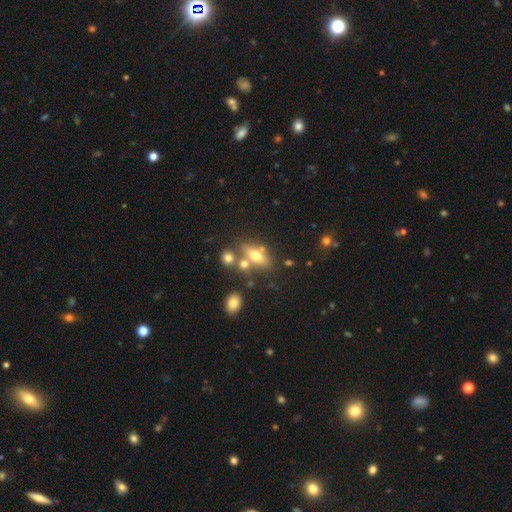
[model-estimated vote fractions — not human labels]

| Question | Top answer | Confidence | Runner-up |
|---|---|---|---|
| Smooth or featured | smooth | 59% | featured or disk (30%) |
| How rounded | in between | 69% | cigar-shaped (19%) |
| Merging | none | 54% | merger (26%) |